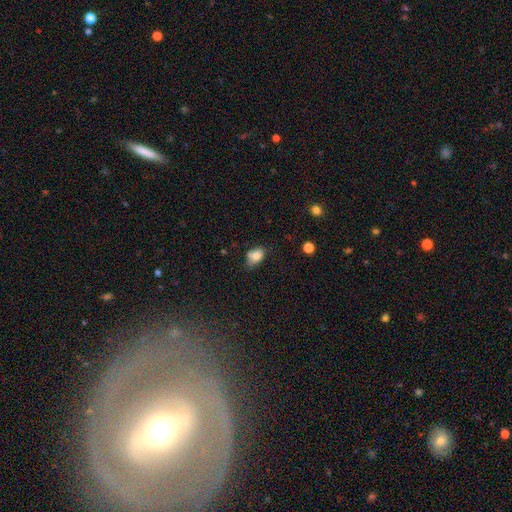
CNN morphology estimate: The model was most divided on "merging": none: 52%, minor disturbance: 34%, major disturbance: 7%, merger: 7%. More confident: smooth or featured — smooth (80%); how rounded — in between (76%).